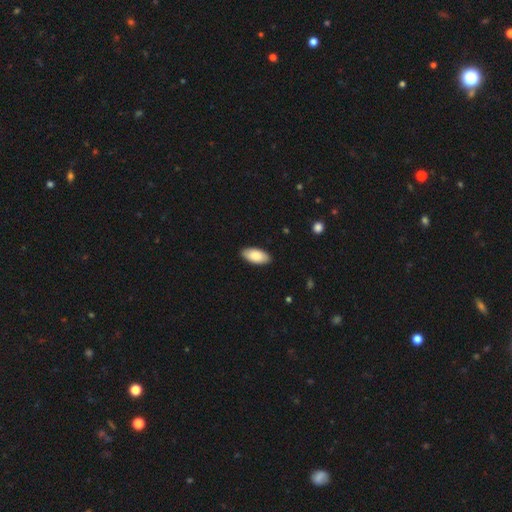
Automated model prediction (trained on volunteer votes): This appears to be a smooth galaxy with no disk features (83%) that is in between round and cigar-shaped (93%). Merging: none (89%).